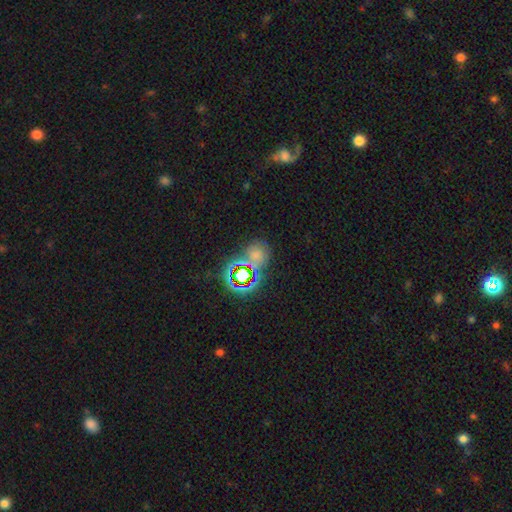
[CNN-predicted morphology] A star or artifact, not a galaxy (55%).